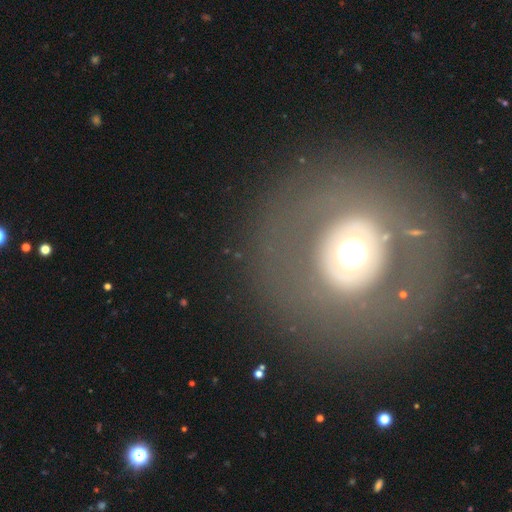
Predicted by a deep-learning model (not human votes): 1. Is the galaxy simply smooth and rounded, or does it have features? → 51% featured or disk, 34% smooth, 15% star or artifact.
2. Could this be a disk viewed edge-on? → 92% no, 8% yes.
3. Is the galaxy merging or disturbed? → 84% none, 8% minor disturbance, 6% major disturbance, 2% merger.